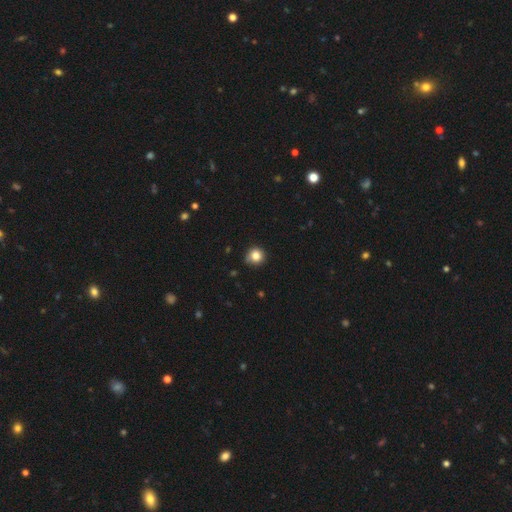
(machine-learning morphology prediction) A smooth galaxy with no disk features (83%) that is round (91%).

Vote fractions:
- Smooth or featured? smooth: 83% / star or artifact: 11% / featured or disk: 6%
- How rounded? round: 91% / in between: 9% / cigar-shaped: 1%
- Merging? none: 80% / minor disturbance: 16% / major disturbance: 3% / merger: 2%